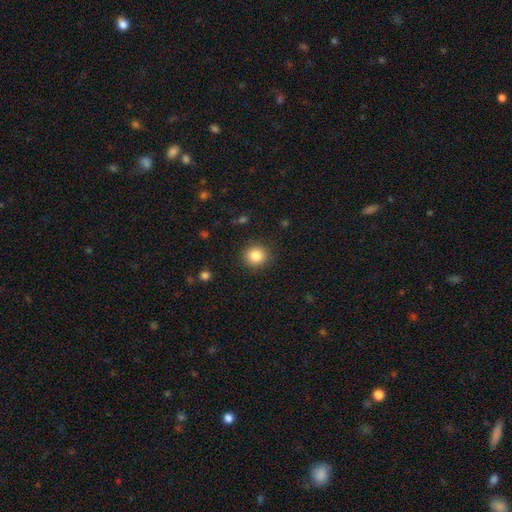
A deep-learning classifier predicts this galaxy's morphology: Smooth or featured? Predicted: smooth (p=0.84). How rounded? Predicted: round (p=0.90). Merging? Predicted: none (p=0.90).